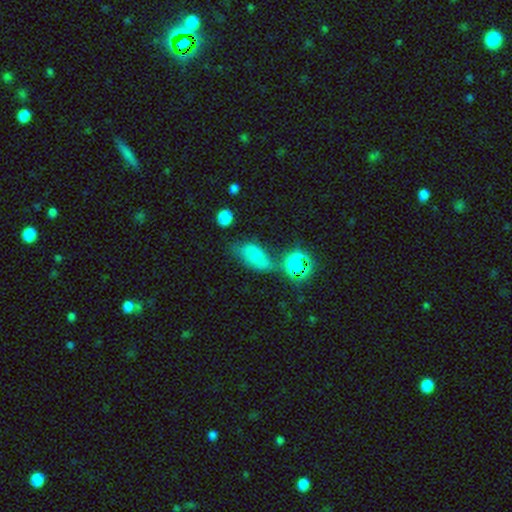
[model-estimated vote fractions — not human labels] This is likely a smooth galaxy (64%). How rounded: clearly in between (87%). Merging: possibly none (46%).